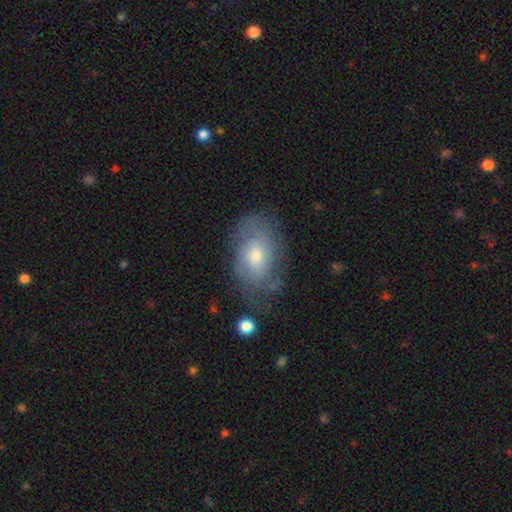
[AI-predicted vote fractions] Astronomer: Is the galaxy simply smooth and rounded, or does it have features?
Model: featured or disk — 55% (runner-up: smooth, 38%).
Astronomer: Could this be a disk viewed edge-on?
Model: no — 95%.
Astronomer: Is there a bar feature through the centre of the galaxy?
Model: no — 74%.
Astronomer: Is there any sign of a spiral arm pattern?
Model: yes — 74%.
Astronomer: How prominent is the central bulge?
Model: moderate — 55% (runner-up: small, 38%).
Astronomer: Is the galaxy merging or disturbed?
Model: none — 57%.